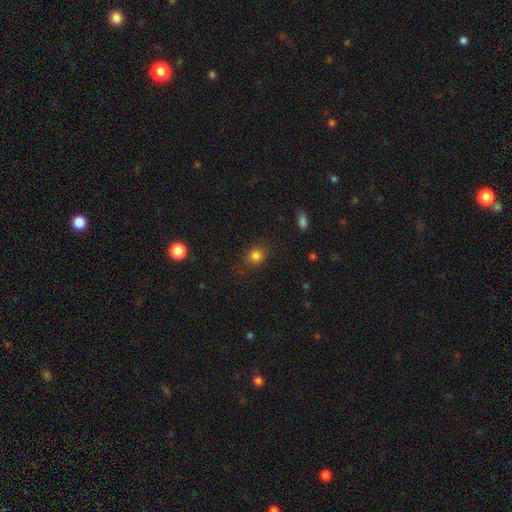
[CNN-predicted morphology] This appears to be a smooth galaxy with no disk features (83%) that is round (72%). Merging: none (82%).